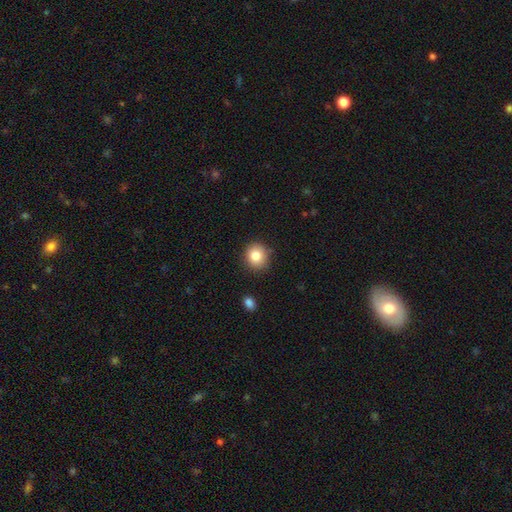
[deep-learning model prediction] A smooth galaxy with no disk features (82%) that is round (85%). Merging: none (87%).